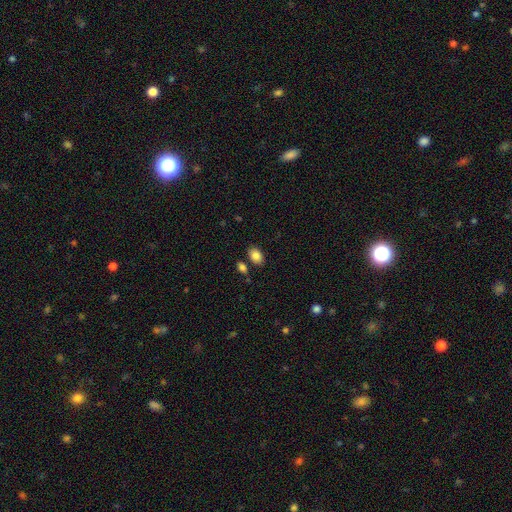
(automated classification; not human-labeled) smooth-or-featured: smooth: 85% | star or artifact: 8% | featured or disk: 6%
  how-rounded: in between: 84% | round: 15% | cigar-shaped: 1%
  merging: none: 79% | minor disturbance: 10% | merger: 8% | major disturbance: 3%